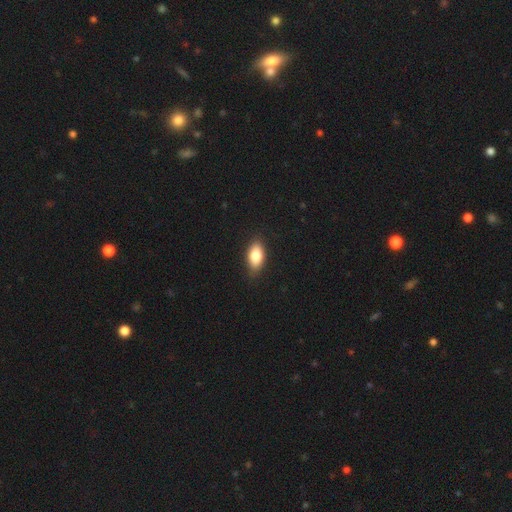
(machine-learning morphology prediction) A smooth galaxy with no disk features (83%) that is in between round and cigar-shaped (90%).

Vote fractions:
- Smooth or featured? smooth: 83% / featured or disk: 10% / star or artifact: 7%
- How rounded? in between: 90% / cigar-shaped: 6% / round: 5%
- Merging? none: 86% / minor disturbance: 11% / major disturbance: 2% / merger: 1%